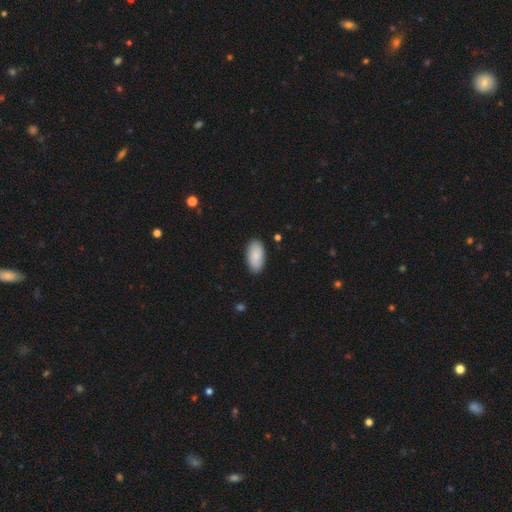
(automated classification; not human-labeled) smooth-or-featured: smooth: 87% | featured or disk: 7% | star or artifact: 6%
  how-rounded: in between: 95% | cigar-shaped: 3% | round: 2%
  merging: none: 86% | minor disturbance: 10% | major disturbance: 2% | merger: 1%